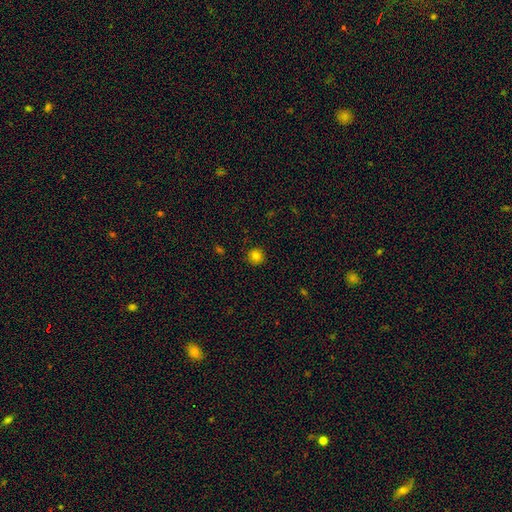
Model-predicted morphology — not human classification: A smooth galaxy with no disk features (81%) that is round (94%). Merging: none (91%).